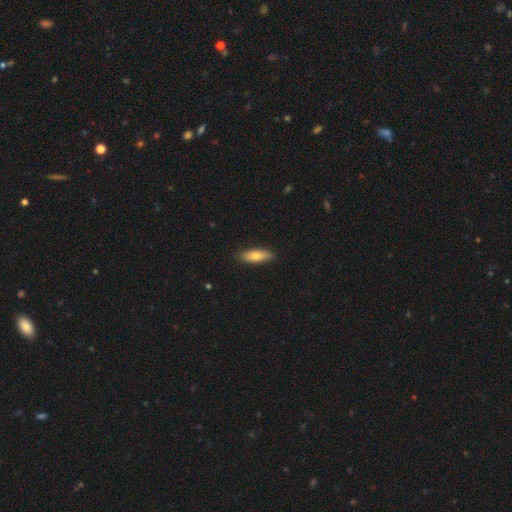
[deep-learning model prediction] Overall: smooth (72%). How rounded: in between (53%; cigar-shaped 45%). Merging: none (89%).